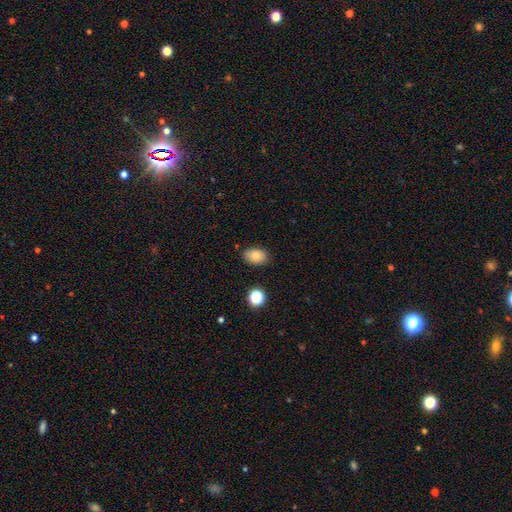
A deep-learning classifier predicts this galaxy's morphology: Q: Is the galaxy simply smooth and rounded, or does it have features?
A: smooth — 82%.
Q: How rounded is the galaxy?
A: in between — 85%.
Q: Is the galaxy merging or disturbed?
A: none — 84%.